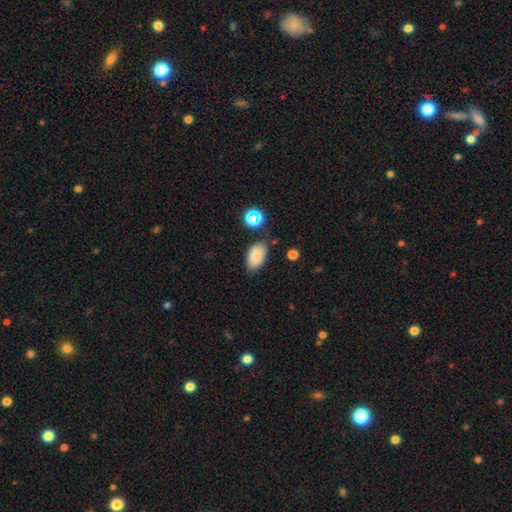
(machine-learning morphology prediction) Smooth or featured?
  - smooth: 83% *
  - star or artifact: 10%
  - featured or disk: 8%
How rounded?
  - in between: 92% *
  - round: 6%
  - cigar-shaped: 1%
Merging?
  - none: 76% *
  - minor disturbance: 16%
  - merger: 5%
  - major disturbance: 4%